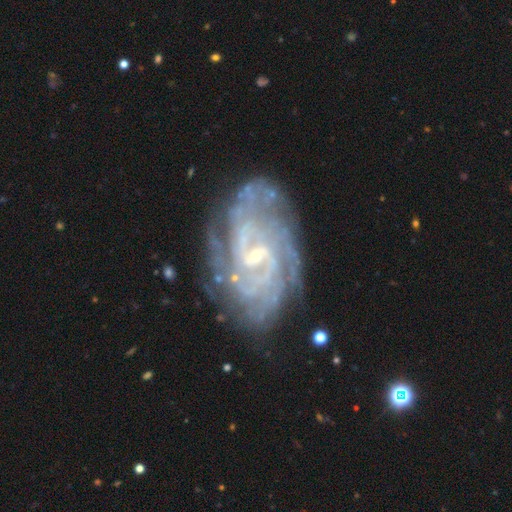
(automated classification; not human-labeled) smooth_or_featured: featured or disk (p=0.89) [alt: star or artifact p=0.06]
disk_edge_on: no (p=0.97) [alt: yes p=0.03]
bar: weak (p=0.52) [alt: no p=0.32]
has_spiral_arms: yes (p=0.97) [alt: no p=0.03]
spiral_winding: tight (p=0.68) [alt: medium p=0.27]
spiral_arm_count: can't tell (p=0.32) [alt: 2 p=0.20]
bulge_size: small (p=0.67) [alt: moderate p=0.25]
merging: none (p=0.75) [alt: minor disturbance p=0.17]